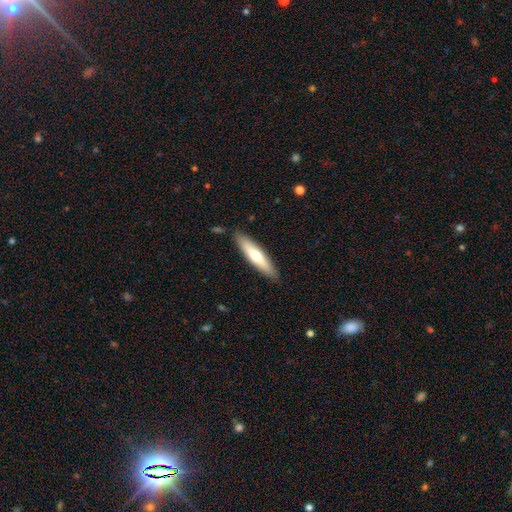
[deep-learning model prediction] Smooth or featured? Predicted: smooth (p=0.58). How rounded? Predicted: cigar-shaped (p=0.78). Merging? Predicted: none (p=0.87).